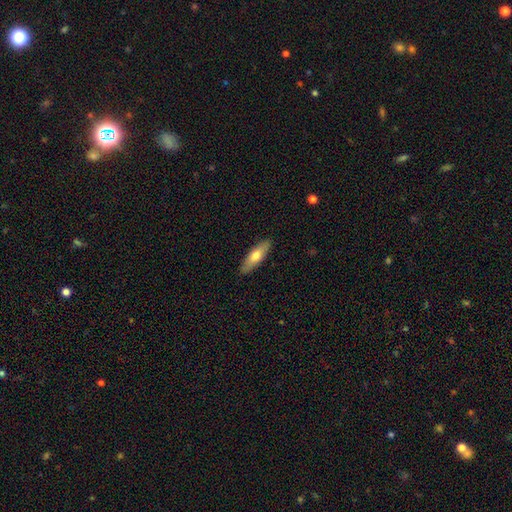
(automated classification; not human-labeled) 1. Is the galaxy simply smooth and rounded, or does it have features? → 64% smooth, 30% featured or disk, 5% star or artifact.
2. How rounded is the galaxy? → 49% cigar-shaped (tied), 49% in between (tied), 2% round.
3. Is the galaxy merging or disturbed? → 90% none, 8% minor disturbance, 2% major disturbance, 1% merger.